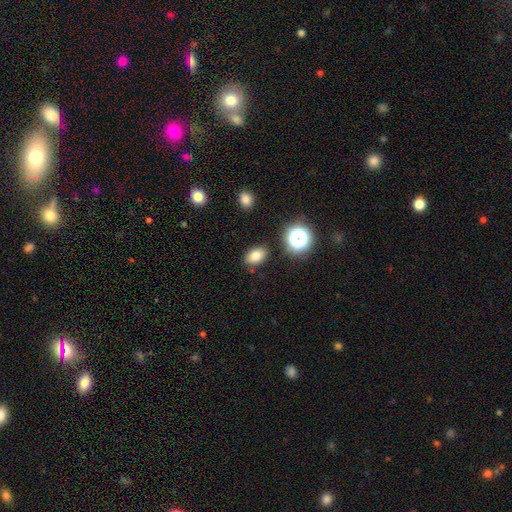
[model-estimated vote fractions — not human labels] Overall: smooth (80%). How rounded: in between (76%). Merging: none (85%).